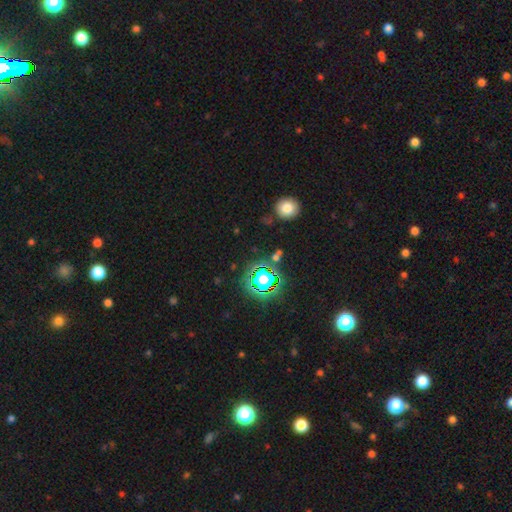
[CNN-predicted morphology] Smooth or featured: star or artifact — 75% (smooth — 17%)